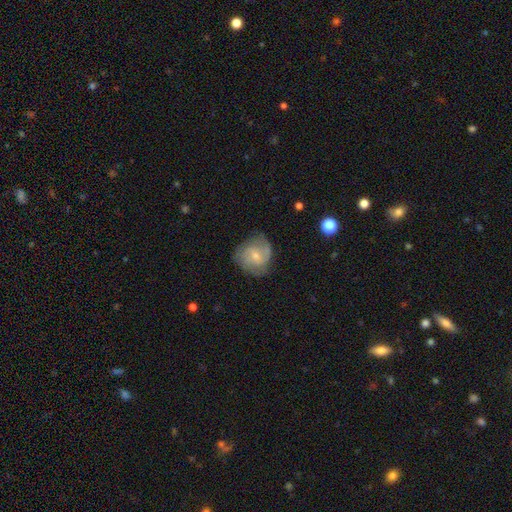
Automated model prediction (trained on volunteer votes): The model was most divided on "bar": no: 52%, weak: 41%, strong: 7%. More confident: edge-on disk — no (97%); spiral arms — yes (84%); merging — none (63%); bulge size — small (62%); smooth or featured — featured or disk (57%).